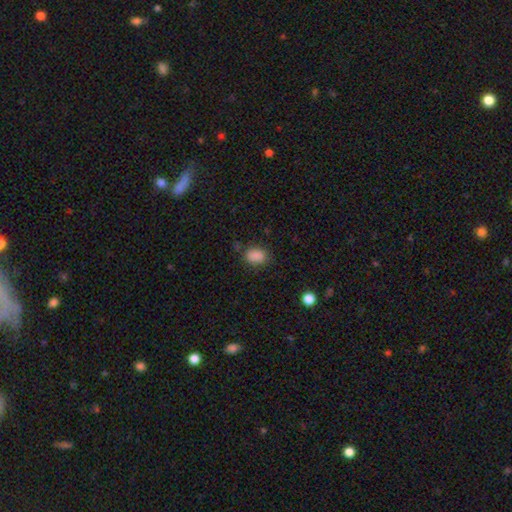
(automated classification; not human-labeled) Smooth or featured? Predicted: smooth (p=0.87). How rounded? Predicted: in between (p=0.77). Merging? Predicted: none (p=0.78).